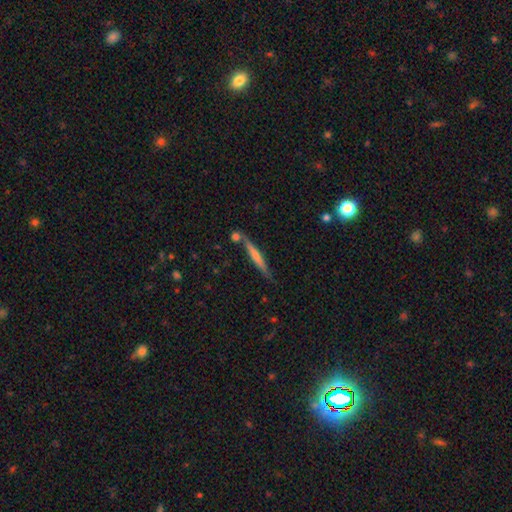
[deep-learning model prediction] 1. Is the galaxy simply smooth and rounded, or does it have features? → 52% smooth, 42% featured or disk, 6% star or artifact.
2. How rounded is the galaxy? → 94% cigar-shaped, 4% in between, 2% round.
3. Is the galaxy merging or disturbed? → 73% none, 13% minor disturbance, 10% merger, 3% major disturbance.